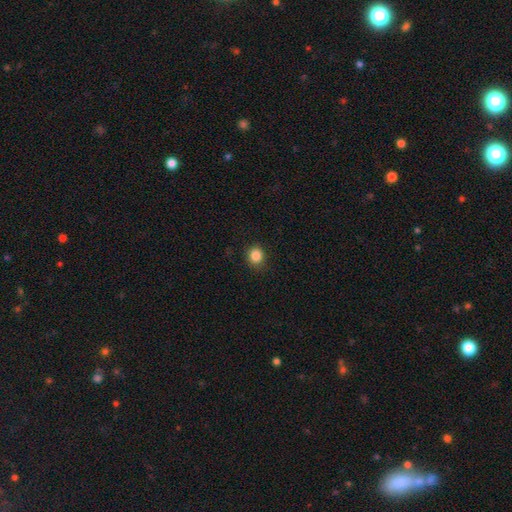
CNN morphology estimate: Overall: smooth (86%). How rounded: round (85%). Merging: none (89%).